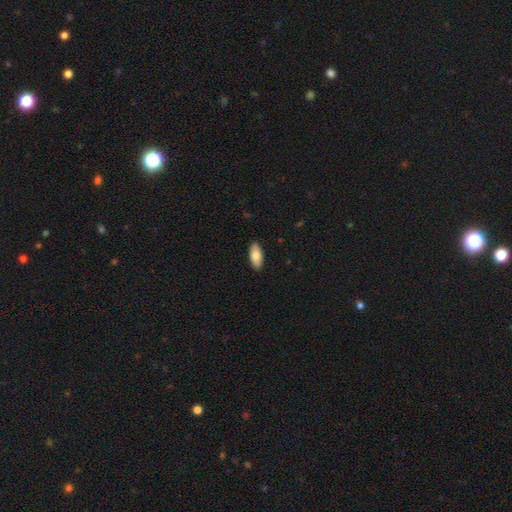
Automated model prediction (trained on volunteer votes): smooth 83%, featured or disk 11%, star or artifact 6%. Down the decision tree: how rounded — in between (87%); merging — none (89%).